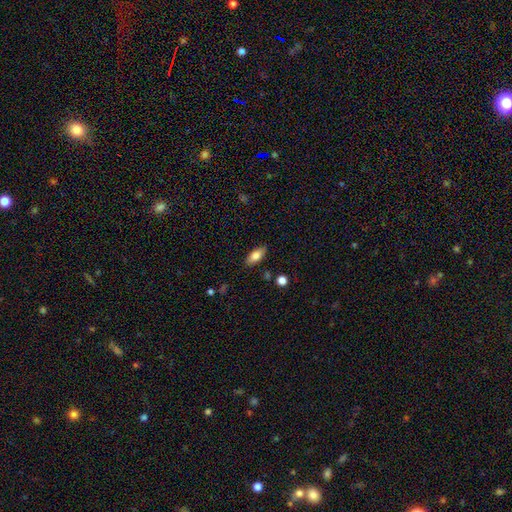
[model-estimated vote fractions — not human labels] Smooth or featured: smooth — 78% (featured or disk — 15%)
How rounded: in between — 87% (cigar-shaped — 10%)
Merging: none — 86% (minor disturbance — 11%)